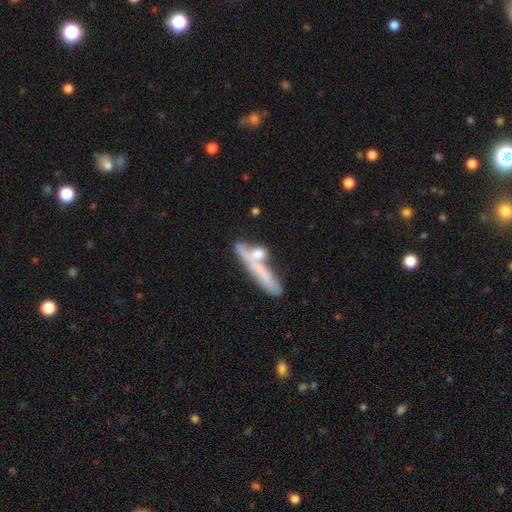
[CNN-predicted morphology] Smooth or featured? Predicted: smooth (p=0.55). How rounded? Predicted: cigar-shaped (p=0.62). Merging? Predicted: merger (p=0.48).